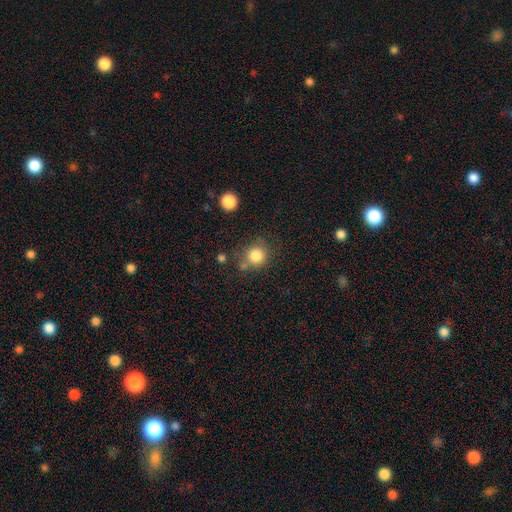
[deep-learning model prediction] Smooth or featured: smooth — 83% (star or artifact — 11%)
How rounded: round — 88% (in between — 11%)
Merging: none — 69% (minor disturbance — 14%)